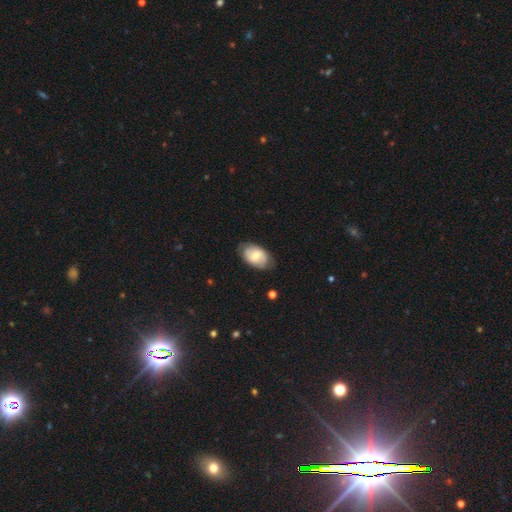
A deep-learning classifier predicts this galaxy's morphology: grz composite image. It shows a smooth galaxy with no disk features (52%) that is in between round and cigar-shaped (90%). Merging: none (78%).